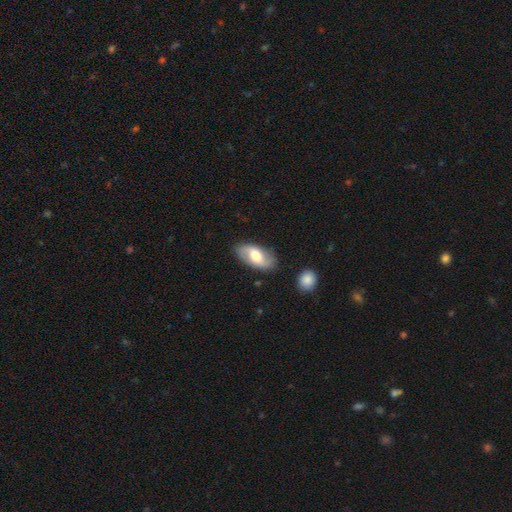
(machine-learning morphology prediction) The model was most divided on "bar": weak: 43%, no: 40%, strong: 17%. More confident: edge-on disk — no (92%); merging — none (83%); spiral arms — yes (80%); bulge size — moderate (65%); smooth or featured — featured or disk (54%).